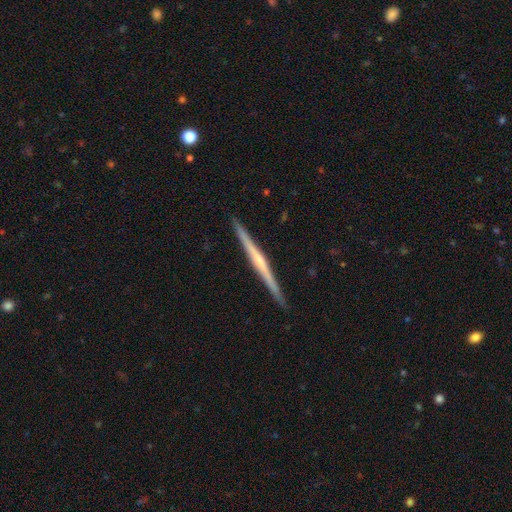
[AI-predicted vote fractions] Smooth or featured: featured or disk — 76% (smooth — 18%)
Edge-on disk: yes — 99% (no — 1%)
Edge-on bulge: rounded — 58% (none — 34%)
Merging: none — 92% (minor disturbance — 5%)